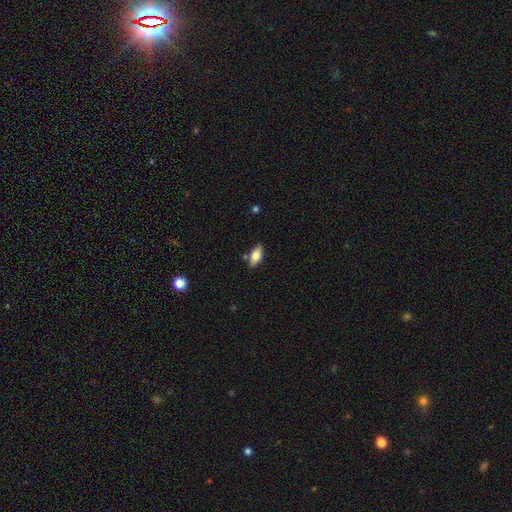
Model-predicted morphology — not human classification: Smooth or featured? Predicted: smooth (p=0.75). How rounded? Predicted: in between (p=0.84). Merging? Predicted: none (p=0.82).